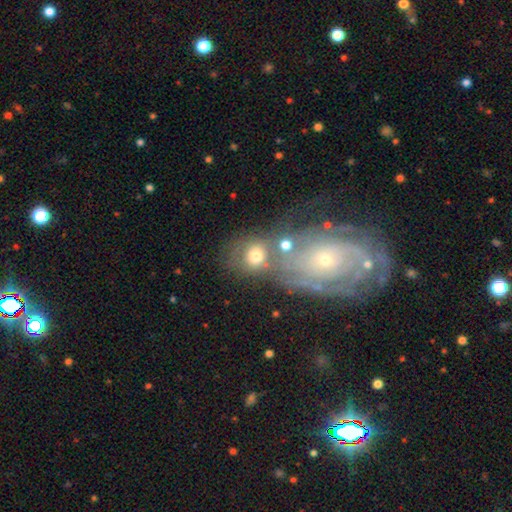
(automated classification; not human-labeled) Smooth or featured?
  - smooth: 57% *
  - featured or disk: 29%
  - star or artifact: 14%
How rounded?
  - round: 64% *
  - in between: 34%
  - cigar-shaped: 1%
Merging?
  - merger: 42% *
  - none: 33%
  - minor disturbance: 12%
  - major disturbance: 12%